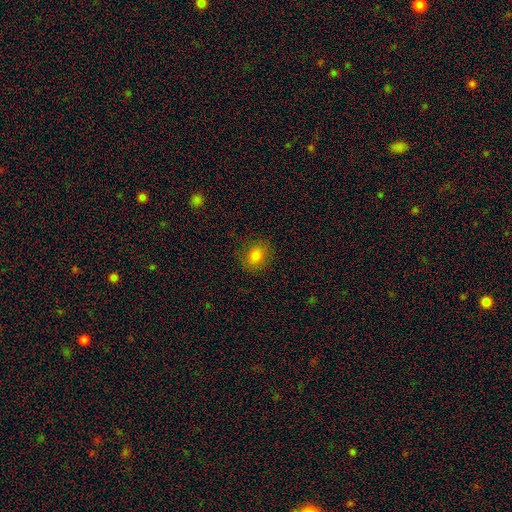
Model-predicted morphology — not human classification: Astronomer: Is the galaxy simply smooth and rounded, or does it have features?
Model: smooth — 81%.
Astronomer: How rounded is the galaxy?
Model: round — 59% (runner-up: in between, 40%).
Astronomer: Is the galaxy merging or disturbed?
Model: none — 83%.